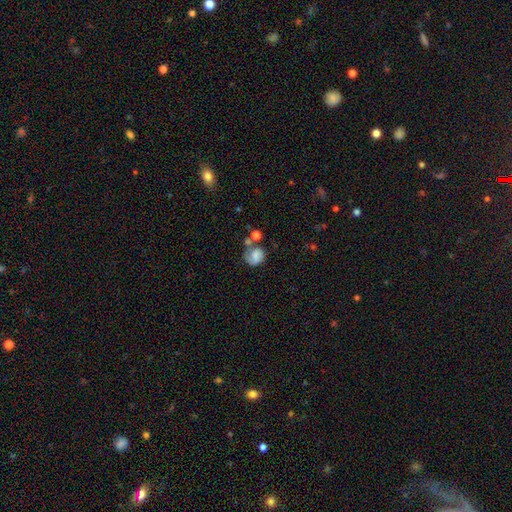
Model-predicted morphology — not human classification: A smooth galaxy with no disk features (56%) that is round (70%). Merging: none (40%).